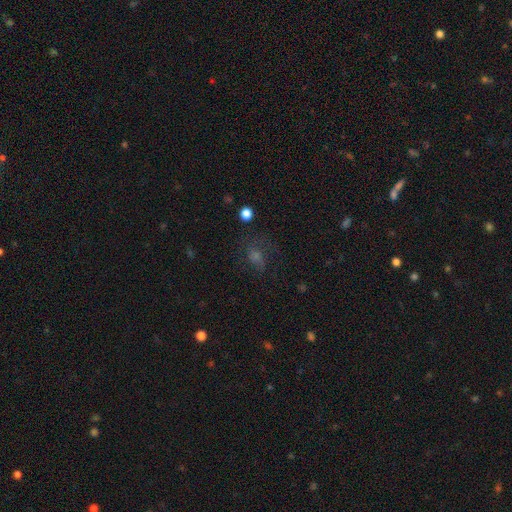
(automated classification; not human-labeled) Smooth or featured?
  - smooth: 36% *
  - featured or disk: 33%
  - star or artifact: 32%
Merging?
  - none: 62% *
  - minor disturbance: 18%
  - major disturbance: 18%
  - merger: 2%